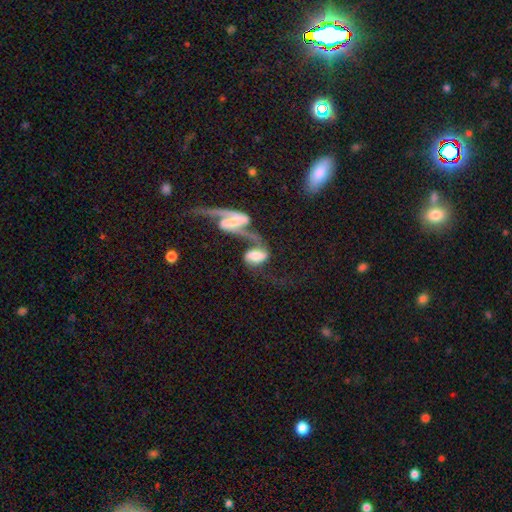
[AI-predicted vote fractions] Smooth or featured: featured or disk — 55% (smooth — 36%)
Edge-on disk: no — 93% (yes — 7%)
Bar: no — 37% (weak — 32%)
Spiral arms: yes — 80% (no — 20%)
Bulge size: moderate — 26% (large — 24%)
Merging: merger — 63% (major disturbance — 15%)